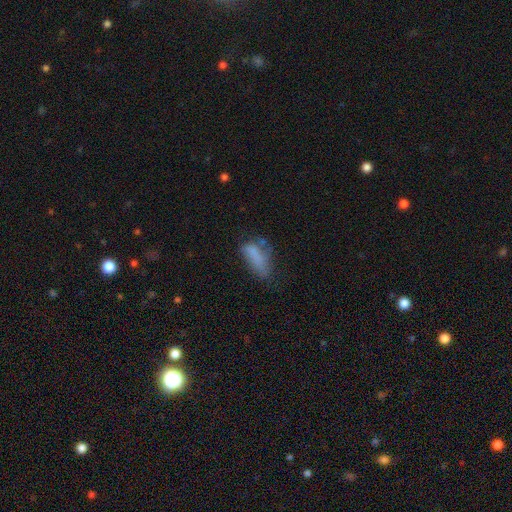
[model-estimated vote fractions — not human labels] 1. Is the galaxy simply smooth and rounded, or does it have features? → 67% smooth, 21% featured or disk, 12% star or artifact.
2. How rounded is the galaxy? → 76% in between, 21% cigar-shaped, 3% round.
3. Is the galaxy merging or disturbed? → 35% none, 29% minor disturbance, 27% major disturbance, 9% merger.